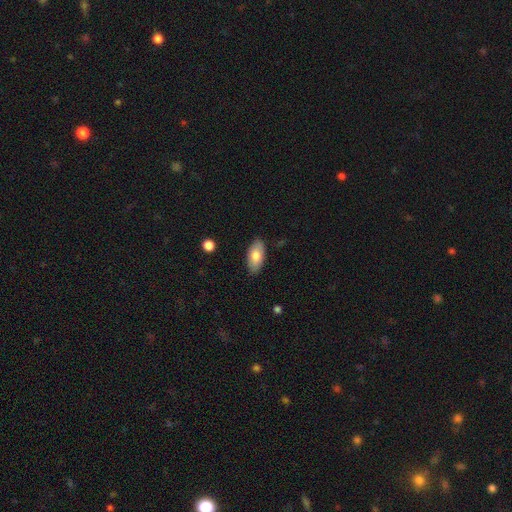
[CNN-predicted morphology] This is likely a smooth galaxy (78%). How rounded: clearly in between (93%). Merging: clearly none (86%).